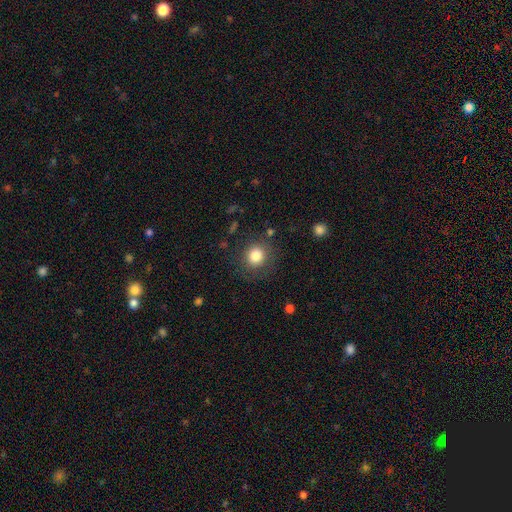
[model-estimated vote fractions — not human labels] Smooth or featured: smooth — 82% (star or artifact — 11%)
How rounded: round — 89% (in between — 10%)
Merging: none — 82% (minor disturbance — 11%)